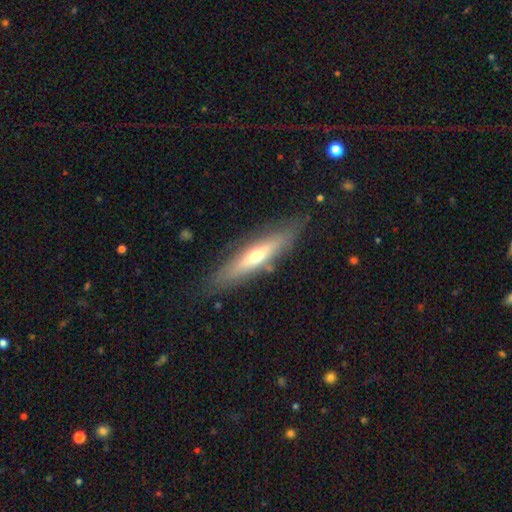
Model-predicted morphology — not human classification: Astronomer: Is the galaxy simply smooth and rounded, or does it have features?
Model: featured or disk — 53% (runner-up: smooth, 40%).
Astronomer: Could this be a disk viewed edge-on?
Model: yes — 77%.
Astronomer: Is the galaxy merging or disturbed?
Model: none — 82%.